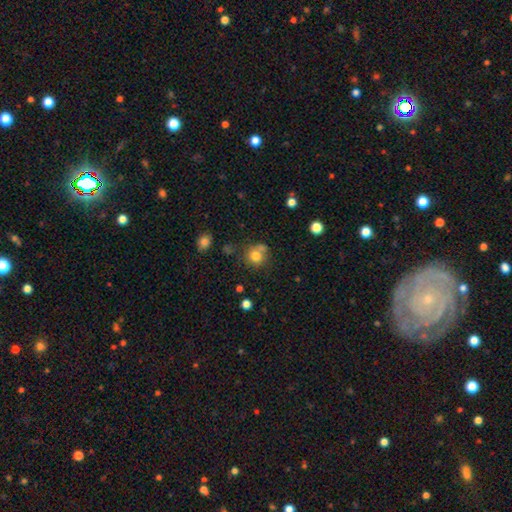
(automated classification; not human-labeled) This appears to be a smooth galaxy with no disk features (78%) that is round (85%). Merging: none (60%).